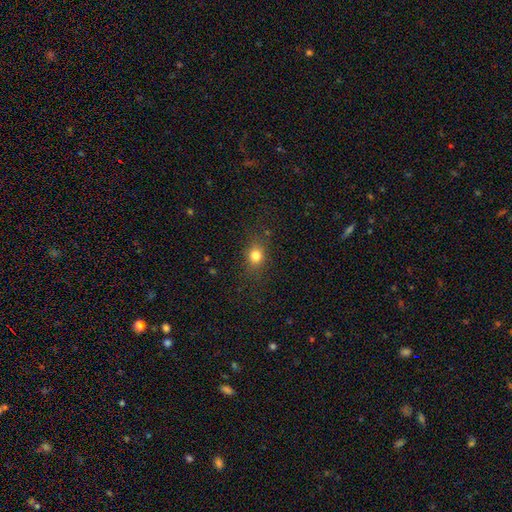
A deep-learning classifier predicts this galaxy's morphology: smooth 79%, star or artifact 13%, featured or disk 8%. Down the decision tree: how rounded — round (59%); merging — none (82%).